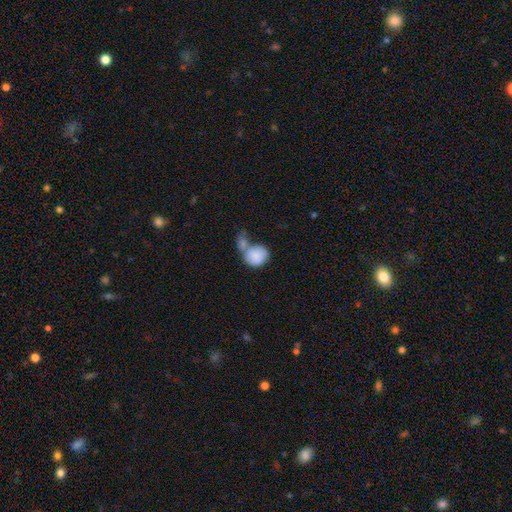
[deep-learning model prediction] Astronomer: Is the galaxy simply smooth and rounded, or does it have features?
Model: smooth — 84%.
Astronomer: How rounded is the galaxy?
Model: round — 70%.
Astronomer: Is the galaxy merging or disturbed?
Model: merger — 57%.